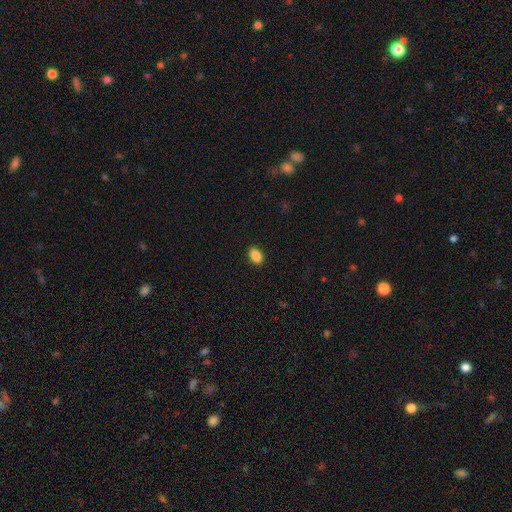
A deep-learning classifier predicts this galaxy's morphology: A smooth galaxy with no disk features (88%) that is in between round and cigar-shaped (89%).

Vote fractions:
- Smooth or featured? smooth: 88% / star or artifact: 8% / featured or disk: 3%
- How rounded? in between: 89% / round: 10% / cigar-shaped: 2%
- Merging? none: 90% / minor disturbance: 8% / major disturbance: 2% / merger: 1%